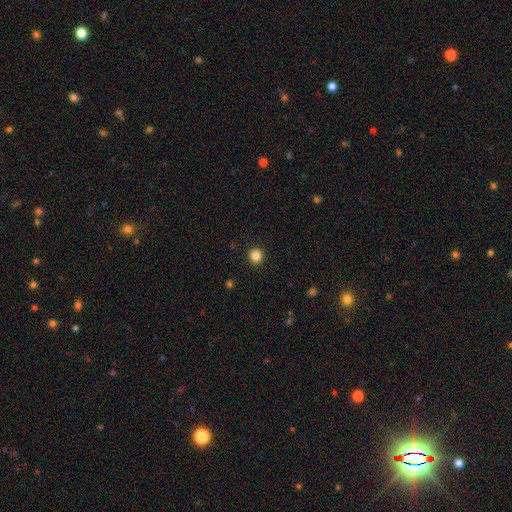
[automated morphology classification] A smooth galaxy with no disk features (85%) that is round (94%). Merging: none (93%).